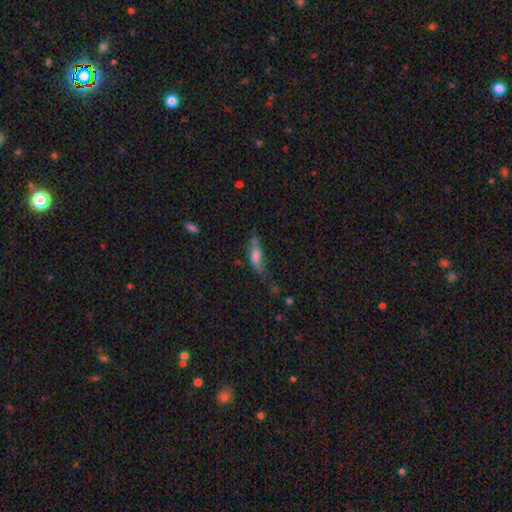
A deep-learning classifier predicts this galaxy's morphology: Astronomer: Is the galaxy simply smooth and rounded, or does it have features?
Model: smooth — 67%.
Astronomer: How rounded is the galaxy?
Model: in between — 57% (runner-up: cigar-shaped, 40%).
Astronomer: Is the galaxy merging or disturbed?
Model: none — 38% (runner-up: minor disturbance, 32%).